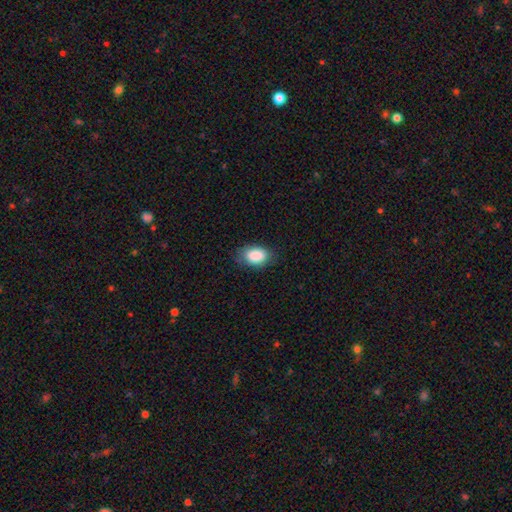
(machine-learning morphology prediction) The model was most divided on "merging": none: 78%, minor disturbance: 17%, major disturbance: 4%, merger: 1%. More confident: smooth or featured — smooth (88%); how rounded — in between (85%).